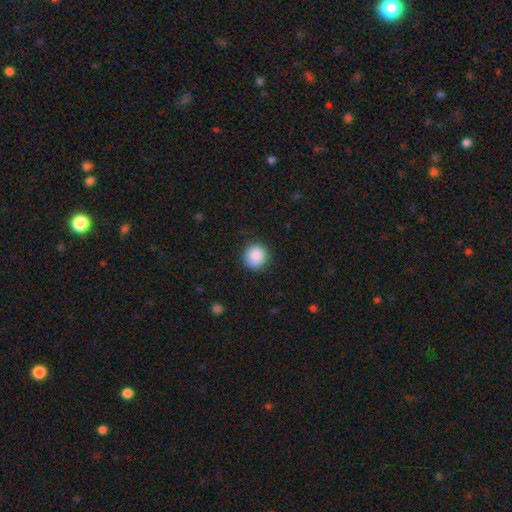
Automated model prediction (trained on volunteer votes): Smooth or featured? smooth (89%)
How rounded? round (90%)
Merging? none (89%)